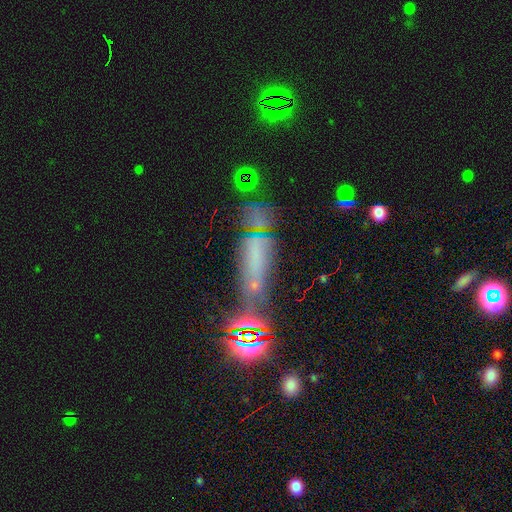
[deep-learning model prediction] This appears to be a star or artifact, not a galaxy (39%).